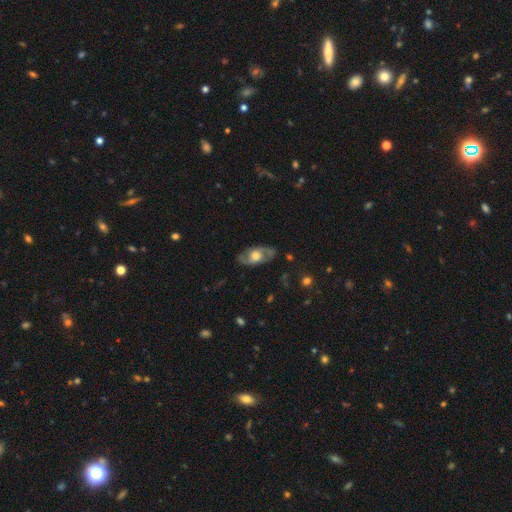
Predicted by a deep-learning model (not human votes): smooth-or-featured: featured or disk: 64% | smooth: 30% | star or artifact: 6%
  disk-edge-on: no: 85% | yes: 15%
    bar: no: 73% | weak: 22% | strong: 5%
    has-spiral-arms: yes: 67% | no: 33%
    bulge-size: moderate: 56% | large: 33% | small: 8% | dominant: 2% | none: 2%
  merging: none: 79% | minor disturbance: 15% | major disturbance: 5% | merger: 1%